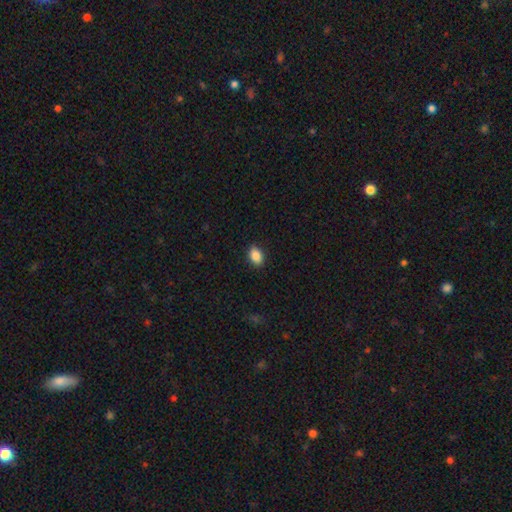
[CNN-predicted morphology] A smooth galaxy with no disk features (87%) that is in between round and cigar-shaped (83%). Merging: none (88%).